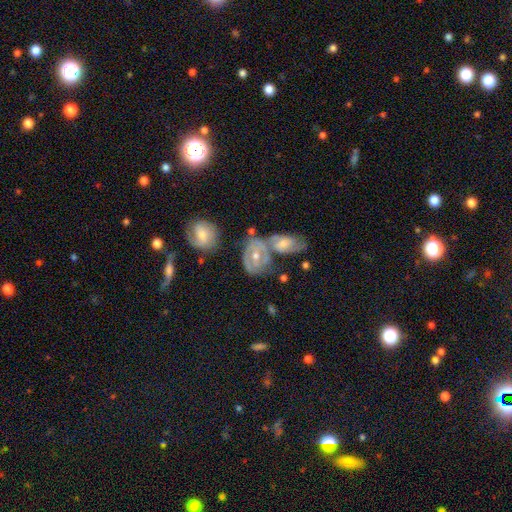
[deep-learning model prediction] Overall: featured or disk (62%; smooth 29%). Edge-on disk: no (93%). Bar: no (61%; weak 30%). Spiral arms: yes (66%; no 34%). Bulge size: moderate (62%; small 31%). Merging: merger (42%; none 36%).